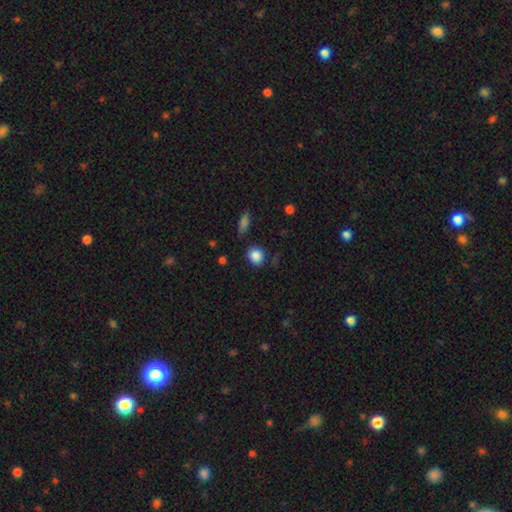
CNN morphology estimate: Smooth or featured? smooth (86%)
How rounded? round (73%)
Merging? none (81%)